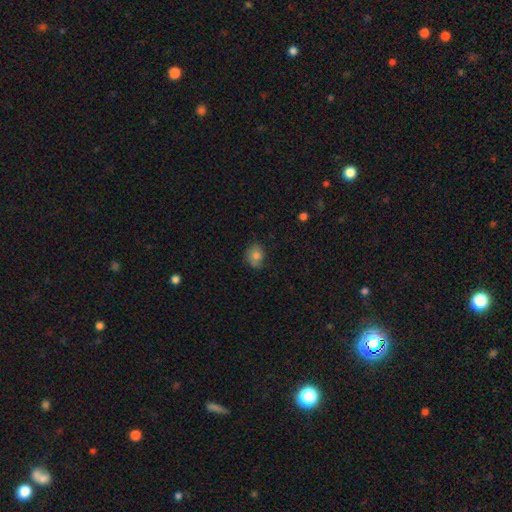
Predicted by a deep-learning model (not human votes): smooth 76%, featured or disk 14%, star or artifact 10%. Down the decision tree: how rounded — round (63%); merging — none (64%).